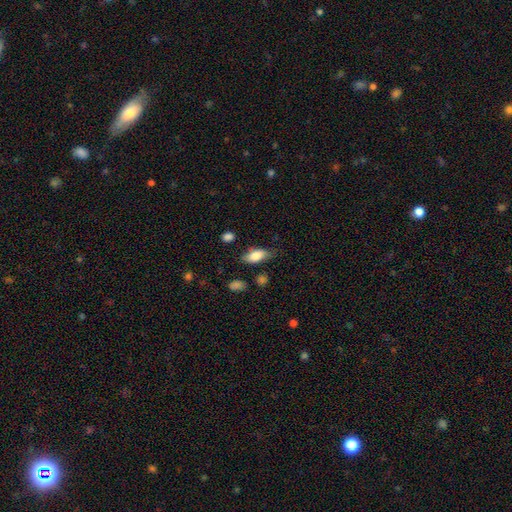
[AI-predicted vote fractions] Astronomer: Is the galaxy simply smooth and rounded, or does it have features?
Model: smooth — 78%.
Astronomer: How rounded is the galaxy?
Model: in between — 85%.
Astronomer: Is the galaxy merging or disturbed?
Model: none — 67%.